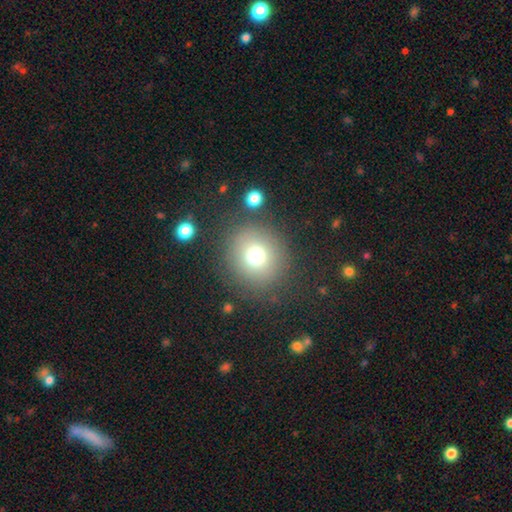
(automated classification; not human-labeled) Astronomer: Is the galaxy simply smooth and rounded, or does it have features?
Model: smooth — 72%.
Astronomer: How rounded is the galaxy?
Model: round — 88%.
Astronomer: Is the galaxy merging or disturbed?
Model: none — 81%.